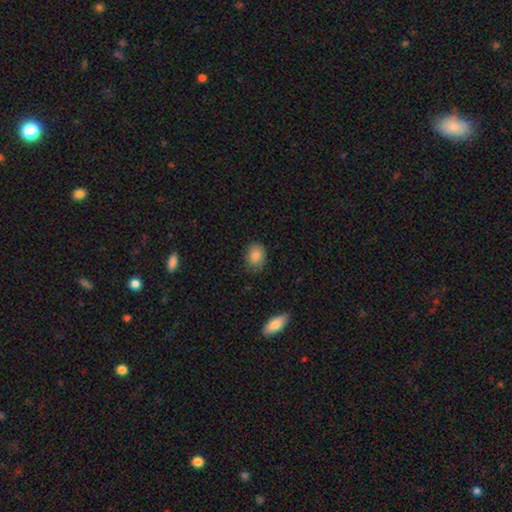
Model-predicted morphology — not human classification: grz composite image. It shows a smooth galaxy with no disk features (86%) that is in between round and cigar-shaped (54%). Merging: none (81%).